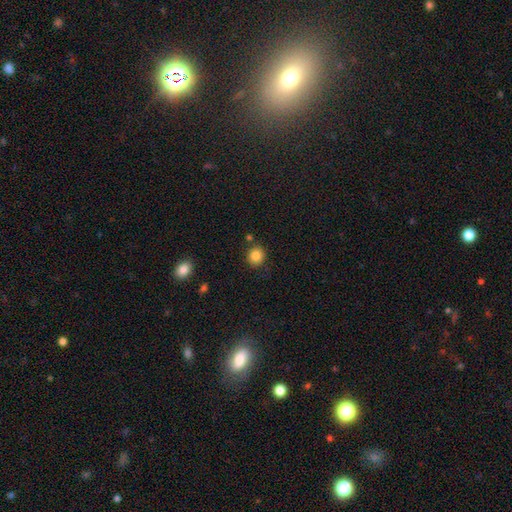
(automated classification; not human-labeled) Morphology: type=smooth (85%); roundness=round (88%); merging=none (84%).